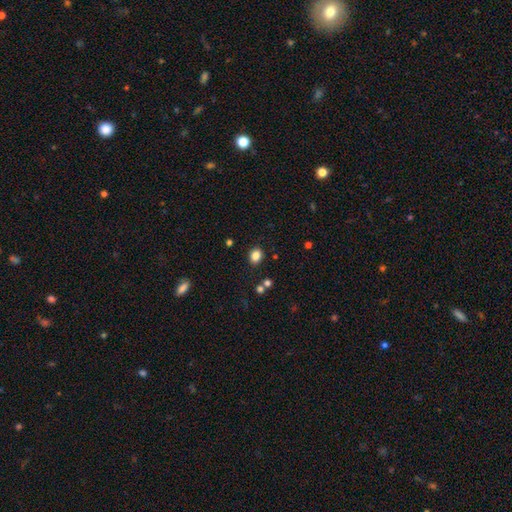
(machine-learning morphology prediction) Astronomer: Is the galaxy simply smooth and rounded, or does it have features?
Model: smooth — 84%.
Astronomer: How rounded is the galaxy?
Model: round — 51% (runner-up: in between, 48%).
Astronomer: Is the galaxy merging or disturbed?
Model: none — 85%.